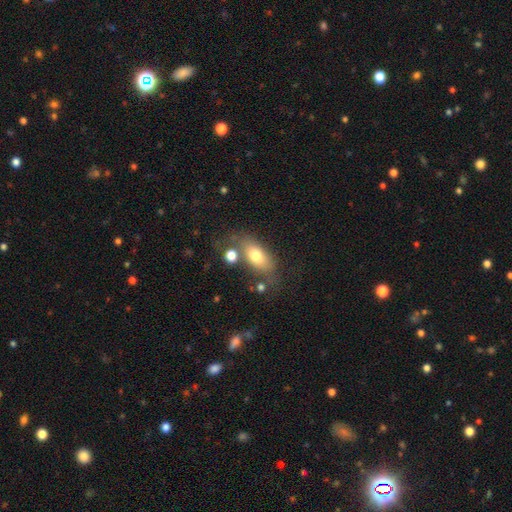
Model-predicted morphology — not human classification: This appears to be a smooth galaxy with no disk features (73%) that is in between round and cigar-shaped (84%). Merging: none (59%).